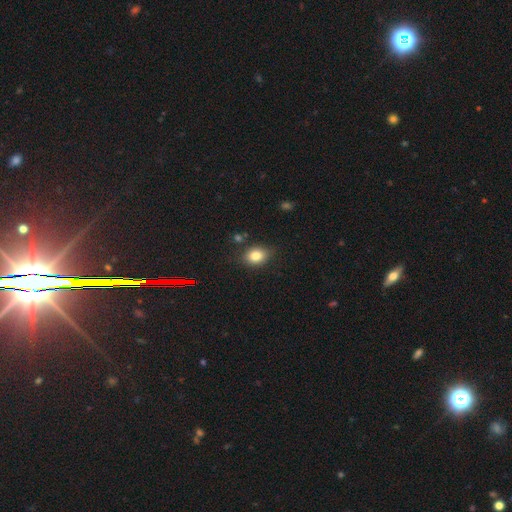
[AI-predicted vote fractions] A smooth galaxy with no disk features (82%) that is in between round and cigar-shaped (59%).

Vote fractions:
- Smooth or featured? smooth: 82% / star or artifact: 11% / featured or disk: 8%
- How rounded? in between: 59% / round: 39% / cigar-shaped: 1%
- Merging? none: 82% / minor disturbance: 12% / major disturbance: 3% / merger: 3%